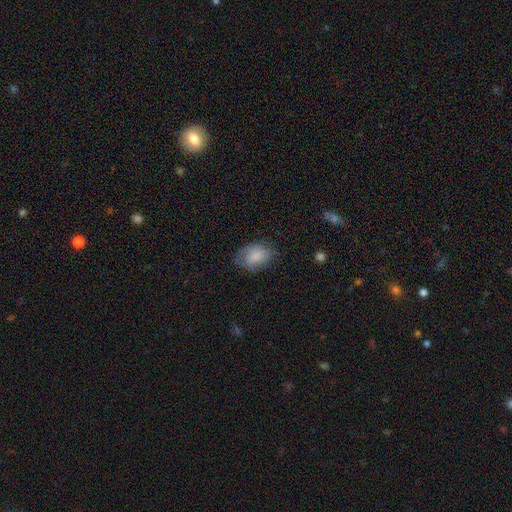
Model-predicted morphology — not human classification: Smooth or featured: smooth — 80% (featured or disk — 13%)
How rounded: in between — 80% (round — 18%)
Merging: none — 63% (minor disturbance — 26%)